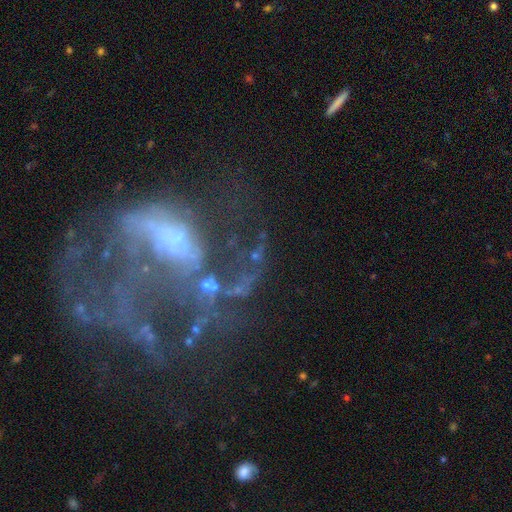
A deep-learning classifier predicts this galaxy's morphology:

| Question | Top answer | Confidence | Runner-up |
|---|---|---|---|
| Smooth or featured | featured or disk | 52% | star or artifact (30%) |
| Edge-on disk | no | 92% | yes (8%) |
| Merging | none | 34% | major disturbance (32%) |